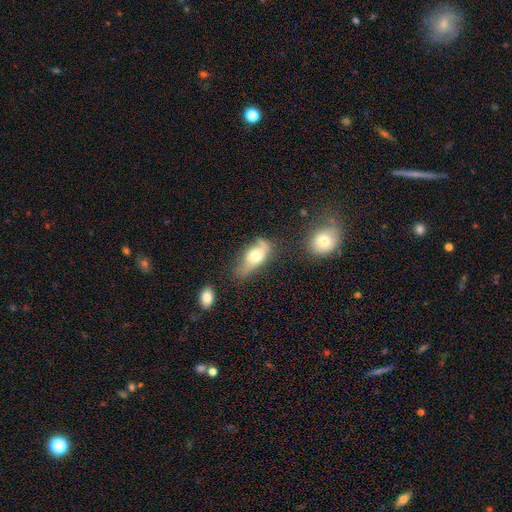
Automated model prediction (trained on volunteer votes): smooth-or-featured: smooth: 58% | featured or disk: 34% | star or artifact: 8%
  how-rounded: in between: 81% | cigar-shaped: 13% | round: 6%
  merging: none: 37% | minor disturbance: 32% | major disturbance: 21% | merger: 10%